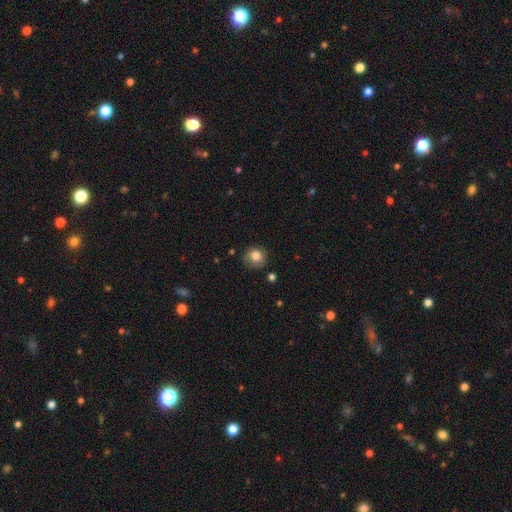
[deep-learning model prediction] This is clearly a smooth galaxy (81%). How rounded: clearly round (84%). Merging: likely none (73%).